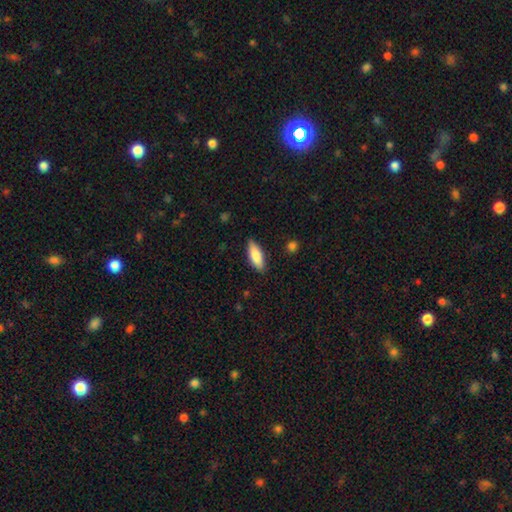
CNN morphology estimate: The model was most divided on "how rounded": in between: 67%, cigar-shaped: 32%, round: 2%. More confident: merging — none (86%); smooth or featured — smooth (81%).